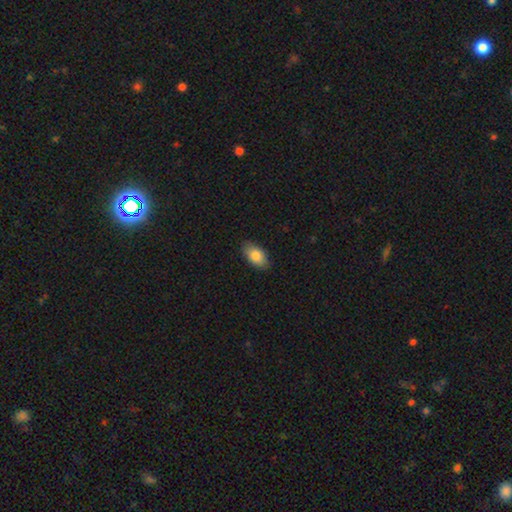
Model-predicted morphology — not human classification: Smooth or featured: smooth — 83% (featured or disk — 11%)
How rounded: in between — 93% (round — 5%)
Merging: none — 85% (minor disturbance — 12%)